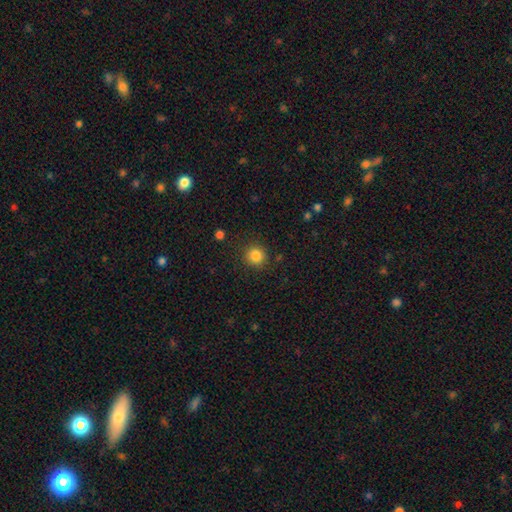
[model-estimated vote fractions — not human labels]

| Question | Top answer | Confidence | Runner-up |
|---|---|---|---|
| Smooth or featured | smooth | 84% | star or artifact (11%) |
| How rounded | round | 92% | in between (7%) |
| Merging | none | 89% | minor disturbance (7%) |